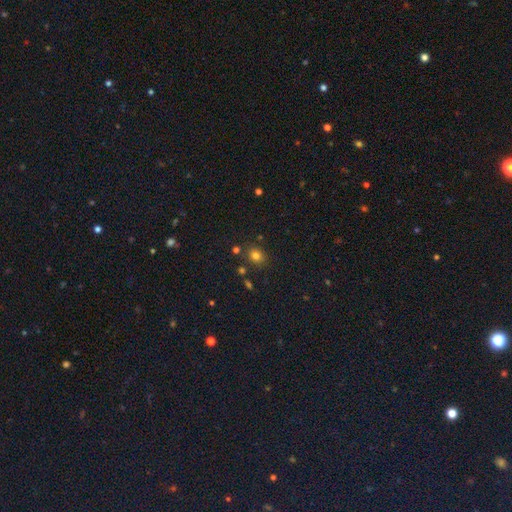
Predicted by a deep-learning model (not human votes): Smooth or featured? smooth (76%)
How rounded? round (65%)
Merging? none (81%)